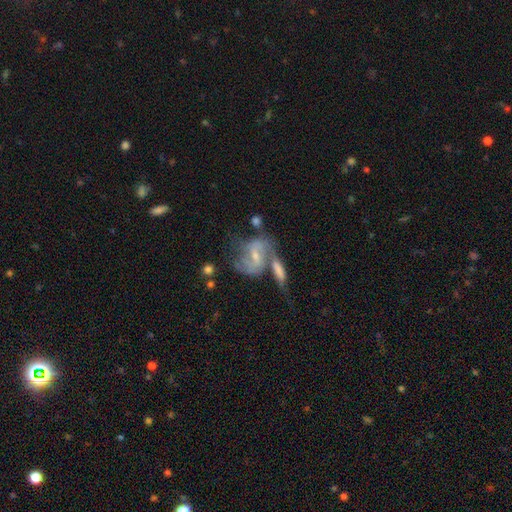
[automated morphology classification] Overall: featured or disk (76%). Edge-on disk: no (95%). Bar: weak (46%; no 31%). Spiral arms: yes (88%). Spiral arm count: 2 (72%). Spiral winding: medium (47%; loose 31%). Bulge size: small (59%; moderate 34%). Merging: merger (37%; none 36%).